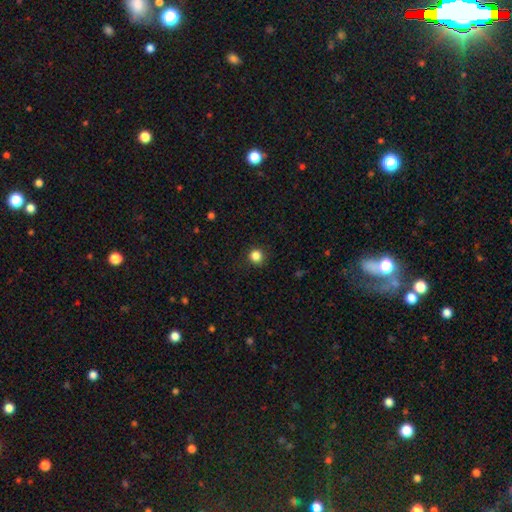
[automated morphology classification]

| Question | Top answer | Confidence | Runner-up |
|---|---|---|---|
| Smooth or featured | smooth | 85% | star or artifact (12%) |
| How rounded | round | 94% | in between (5%) |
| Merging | none | 91% | minor disturbance (6%) |